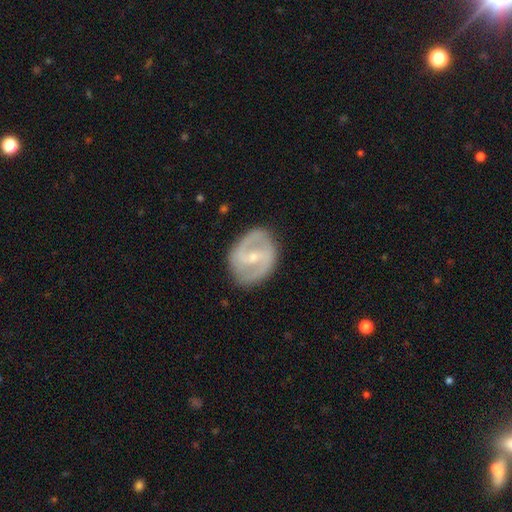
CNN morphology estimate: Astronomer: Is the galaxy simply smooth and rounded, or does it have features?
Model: featured or disk — 80%.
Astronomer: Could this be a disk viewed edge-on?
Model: no — 96%.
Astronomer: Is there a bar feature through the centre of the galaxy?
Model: weak — 42% (runner-up: strong, 40%).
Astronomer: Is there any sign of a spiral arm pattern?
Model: yes — 82%.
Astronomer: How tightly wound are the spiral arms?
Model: medium — 45% (runner-up: tight, 33%).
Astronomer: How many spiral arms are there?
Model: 2 — 85%.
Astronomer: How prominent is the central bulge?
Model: small — 62%.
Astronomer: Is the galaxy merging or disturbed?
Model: none — 82%.